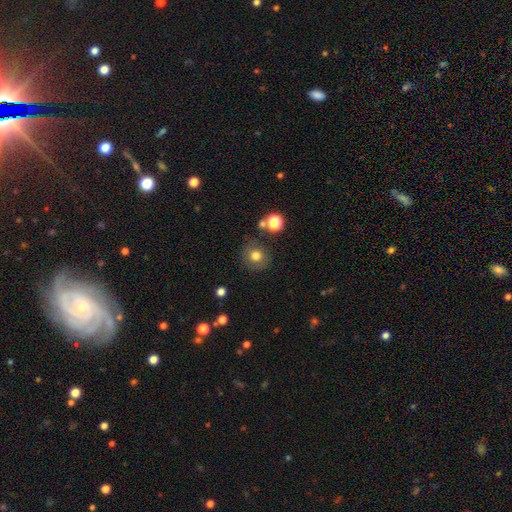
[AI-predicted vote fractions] Q: Smooth or featured?
A: smooth (76%); runner-up: star or artifact (12%)
Q: How rounded?
A: round (88%); runner-up: in between (11%)
Q: Merging?
A: none (78%); runner-up: minor disturbance (12%)